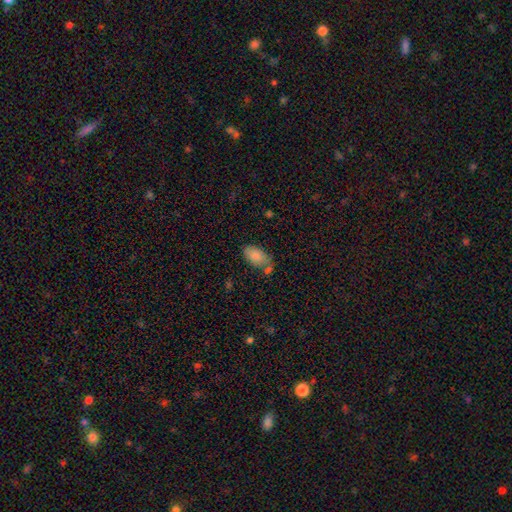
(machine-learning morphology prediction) A smooth galaxy with no disk features (82%) that is in between round and cigar-shaped (94%).

Vote fractions:
- Smooth or featured? smooth: 82% / featured or disk: 11% / star or artifact: 7%
- How rounded? in between: 94% / round: 4% / cigar-shaped: 2%
- Merging? none: 57% / minor disturbance: 21% / merger: 17% / major disturbance: 6%